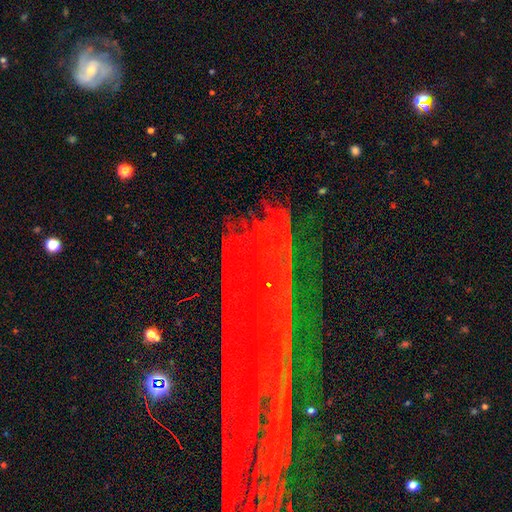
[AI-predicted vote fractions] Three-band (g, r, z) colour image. It shows a star or artifact, not a galaxy (47%).